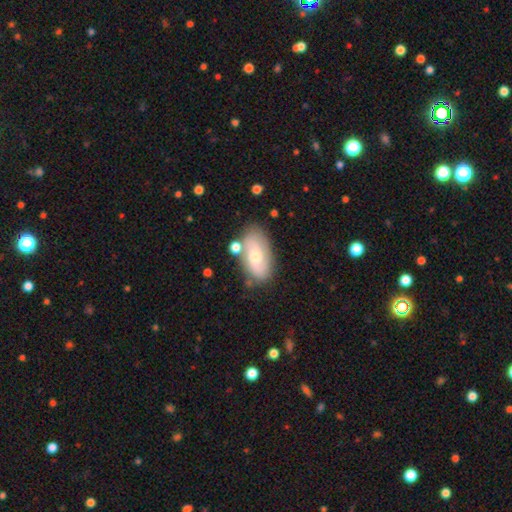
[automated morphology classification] Smooth or featured?
  - featured or disk: 47% *
  - smooth: 45%
  - star or artifact: 8%
Merging?
  - none: 67% *
  - minor disturbance: 19%
  - merger: 9%
  - major disturbance: 5%